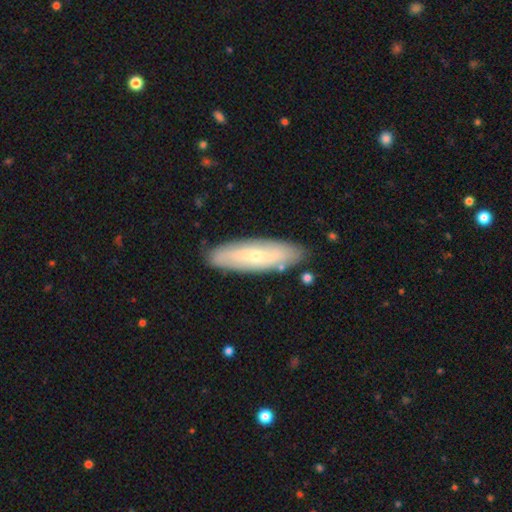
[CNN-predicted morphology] smooth-or-featured: featured or disk: 52% | smooth: 42% | star or artifact: 6%
  disk-edge-on: no: 65% | yes: 35%
  merging: none: 86% | minor disturbance: 10% | major disturbance: 2% | merger: 2%